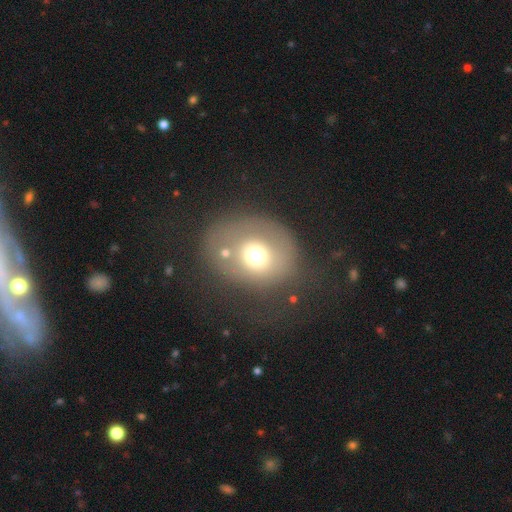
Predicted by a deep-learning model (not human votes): Overall: smooth (59%; featured or disk 28%). How rounded: round (73%). Merging: none (45%; major disturbance 28%).